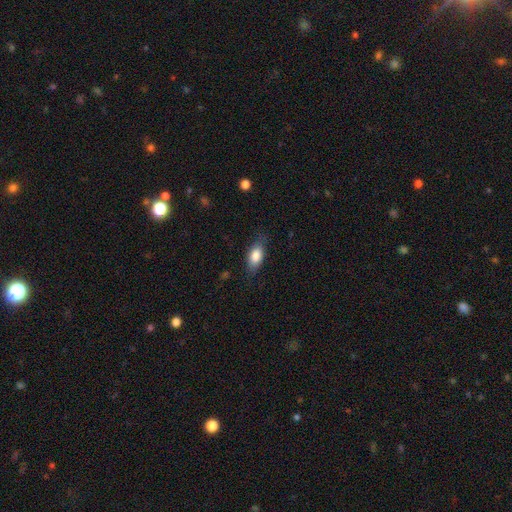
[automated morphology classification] type=smooth (82%); roundness=in between (86%); merging=none (78%).